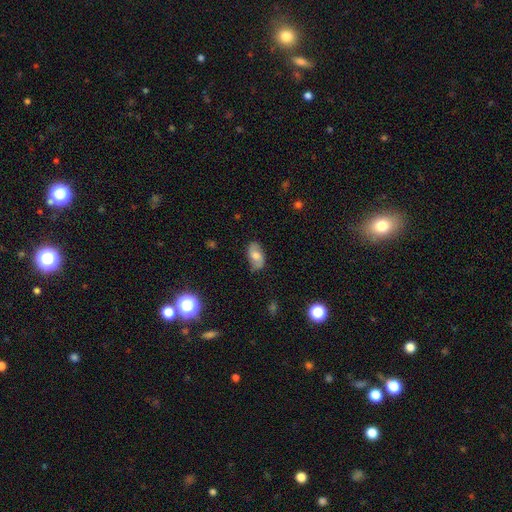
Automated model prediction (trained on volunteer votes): This is possibly a smooth galaxy (49%). Merging: likely none (74%).